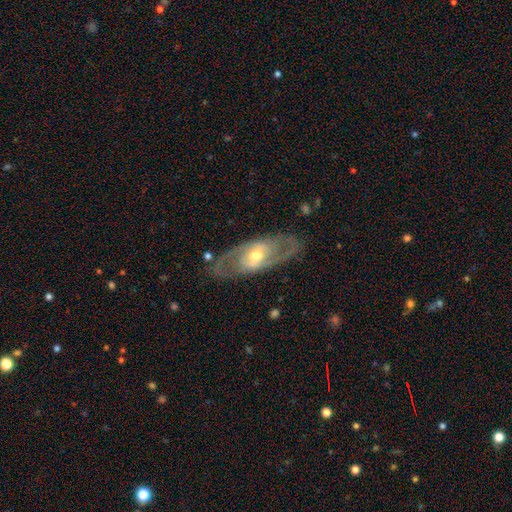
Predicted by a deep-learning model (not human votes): smooth-or-featured: featured or disk: 78% | smooth: 16% | star or artifact: 6%
  disk-edge-on: no: 85% | yes: 15%
    bar: no: 54% | weak: 32% | strong: 14%
    has-spiral-arms: yes: 74% | no: 26%
    bulge-size: moderate: 61% | small: 33% | large: 5% | none: 1% | dominant: 1%
  merging: none: 82% | minor disturbance: 12% | major disturbance: 5% | merger: 1%